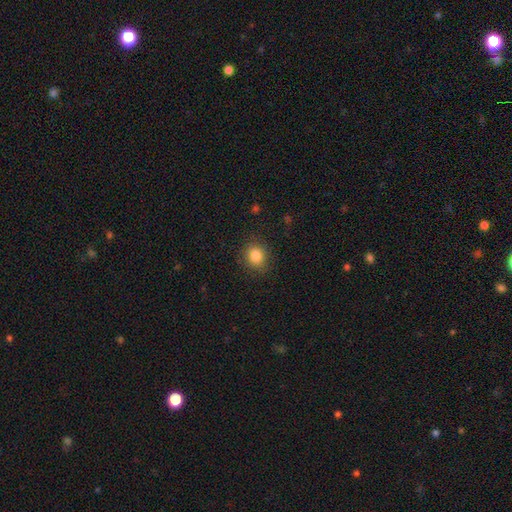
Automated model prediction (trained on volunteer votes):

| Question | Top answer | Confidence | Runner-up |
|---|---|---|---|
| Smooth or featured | smooth | 83% | star or artifact (11%) |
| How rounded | round | 72% | in between (27%) |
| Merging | none | 86% | minor disturbance (10%) |